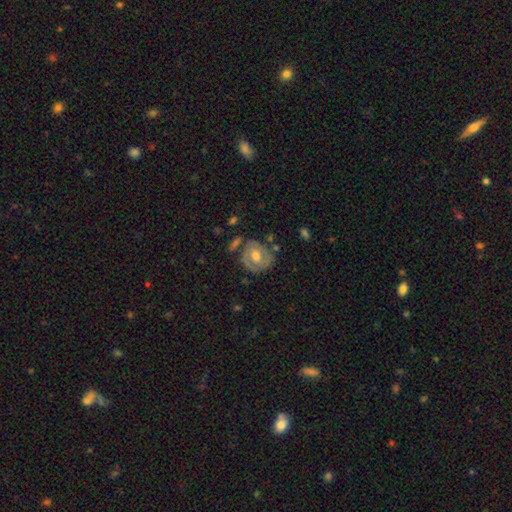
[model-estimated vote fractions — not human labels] Smooth or featured? featured or disk (62%)
Edge-on disk? no (96%)
Bar? no (54%)
Spiral arms? yes (58%)
Bulge size? moderate (73%)
Merging? none (66%)